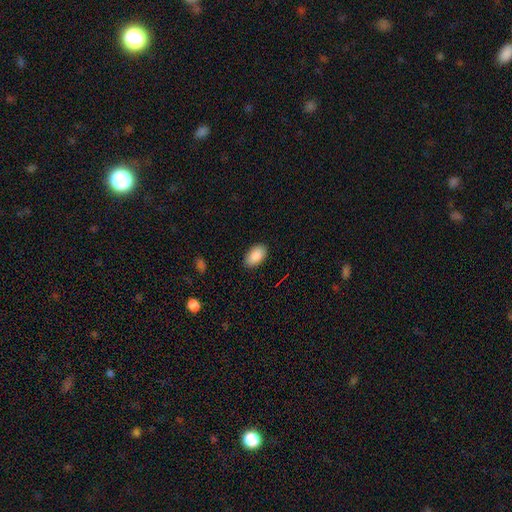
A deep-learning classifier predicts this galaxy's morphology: Overall: smooth (89%). How rounded: in between (93%). Merging: none (86%).